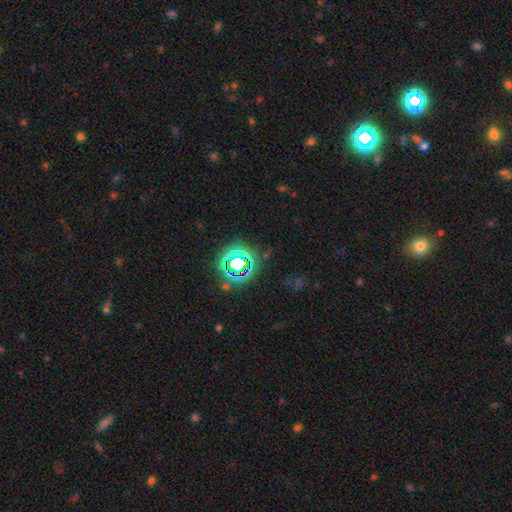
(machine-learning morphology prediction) smooth_or_featured: star or artifact (p=0.73) [alt: smooth p=0.20]